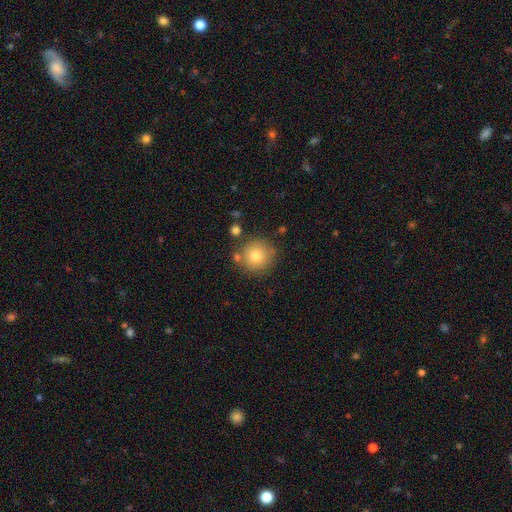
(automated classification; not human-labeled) smooth 79%, star or artifact 11%, featured or disk 10%. Down the decision tree: how rounded — round (94%); merging — none (80%).